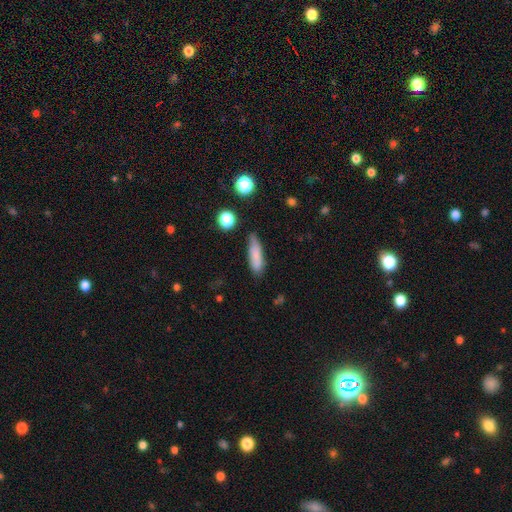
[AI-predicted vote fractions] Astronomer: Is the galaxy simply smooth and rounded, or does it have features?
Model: smooth — 80%.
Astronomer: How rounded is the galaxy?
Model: cigar-shaped — 62%.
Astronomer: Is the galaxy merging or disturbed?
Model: none — 67%.